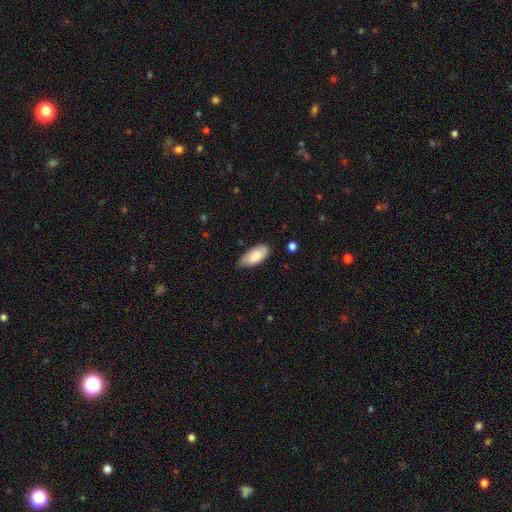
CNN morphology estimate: smooth 85%, featured or disk 9%, star or artifact 6%. Down the decision tree: how rounded — in between (91%); merging — none (64%).